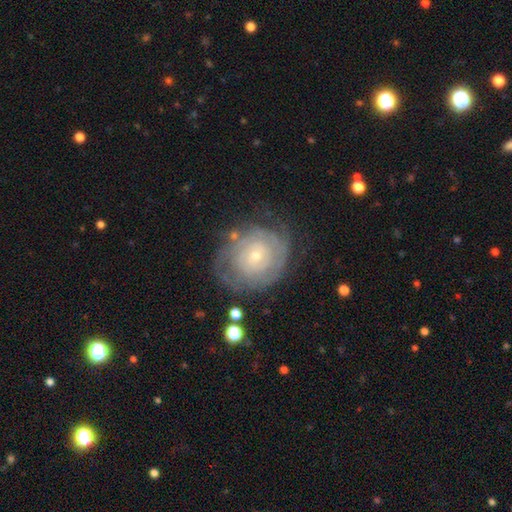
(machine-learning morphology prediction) Smooth or featured? Predicted: featured or disk (p=0.75). Edge-on disk? Predicted: no (p=0.97). Bar? Predicted: no (p=0.80). Spiral arms? Predicted: yes (p=0.86). Spiral winding? Predicted: tight (p=0.79). Spiral arm count? Predicted: can't tell (p=0.51). Bulge size? Predicted: small (p=0.76). Merging? Predicted: none (p=0.68).